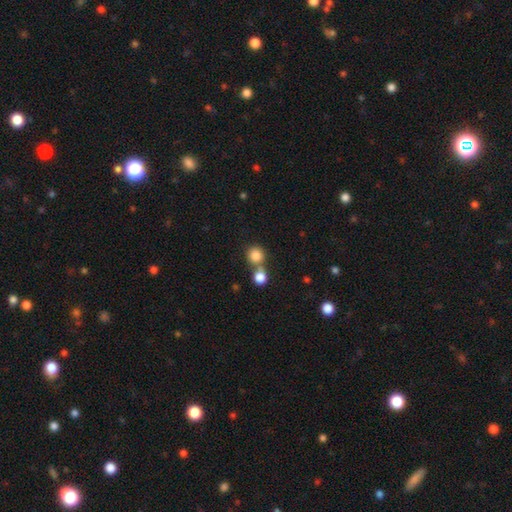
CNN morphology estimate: Overall: smooth (83%). How rounded: round (90%). Merging: none (54%; merger 35%).